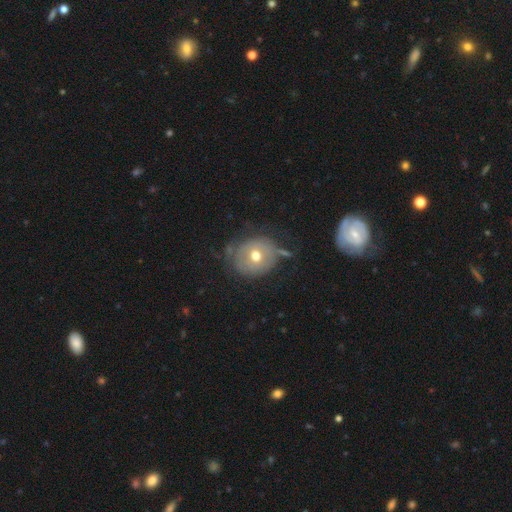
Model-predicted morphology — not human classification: The model was most divided on "smooth or featured": smooth: 54%, featured or disk: 37%, star or artifact: 9%. More confident: how rounded — round (79%); merging — none (62%).